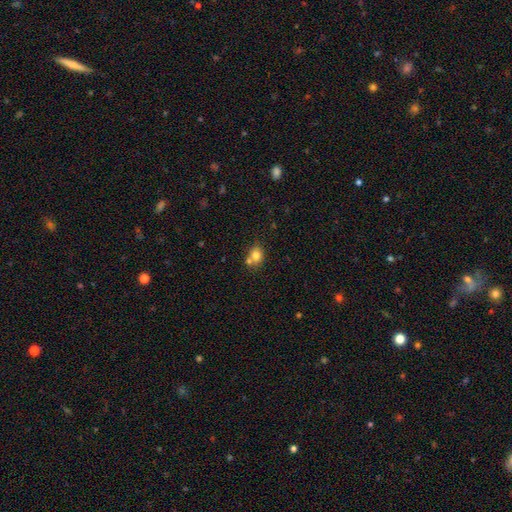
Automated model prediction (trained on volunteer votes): smooth_or_featured: smooth (p=0.77) [alt: featured or disk p=0.12]
how_rounded: round (p=0.59) [alt: in between p=0.40]
merging: none (p=0.51) [alt: merger p=0.34]